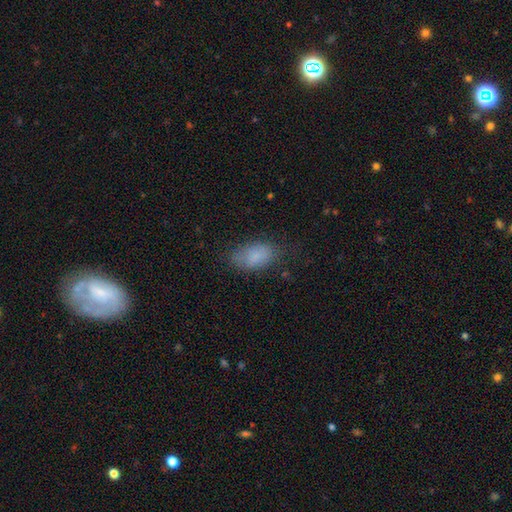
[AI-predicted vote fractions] This appears to be a smooth galaxy with no disk features (82%) that is in between round and cigar-shaped (91%). Merging: none (67%).